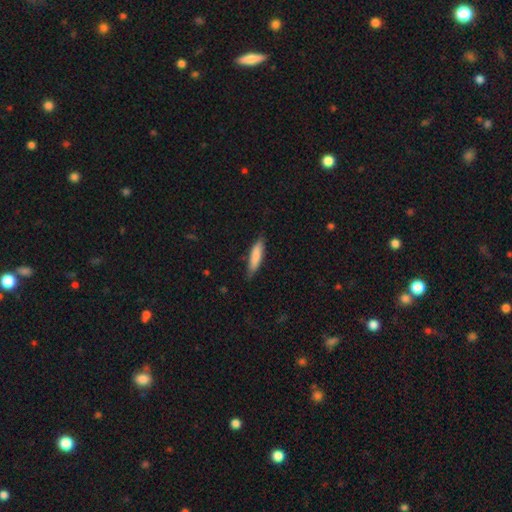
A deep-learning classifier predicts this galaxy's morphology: Q: Smooth or featured?
A: smooth (81%); runner-up: featured or disk (13%)
Q: How rounded?
A: cigar-shaped (73%); runner-up: in between (26%)
Q: Merging?
A: none (76%); runner-up: minor disturbance (20%)